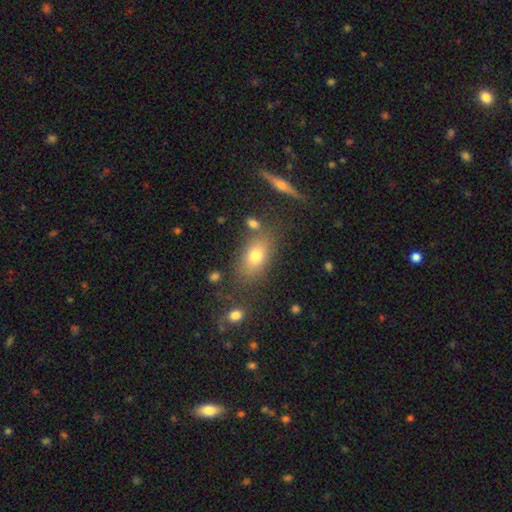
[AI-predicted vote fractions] This is likely a smooth galaxy (70%). How rounded: clearly in between (80%). Merging: likely none (74%).